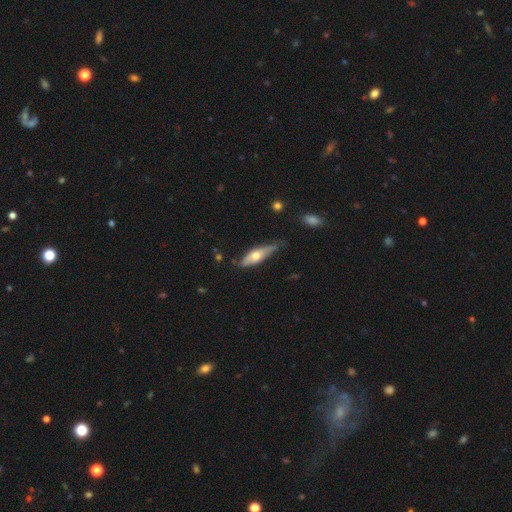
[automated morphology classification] Smooth or featured: smooth — 48% (featured or disk — 46%)
Merging: none — 57% (minor disturbance — 32%)